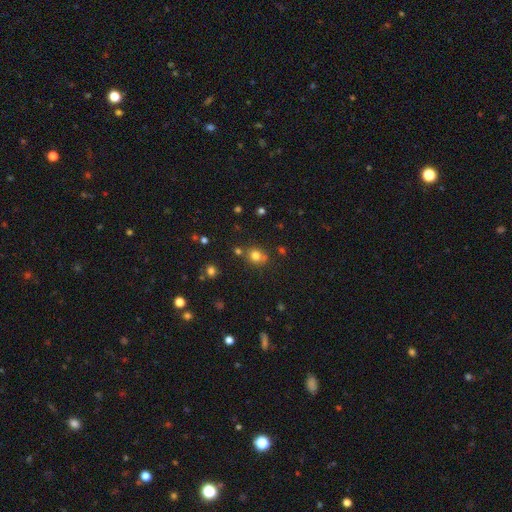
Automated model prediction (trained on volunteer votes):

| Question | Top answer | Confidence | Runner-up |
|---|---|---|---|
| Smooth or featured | smooth | 76% | star or artifact (16%) |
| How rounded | round | 75% | in between (24%) |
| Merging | none | 68% | minor disturbance (14%) |